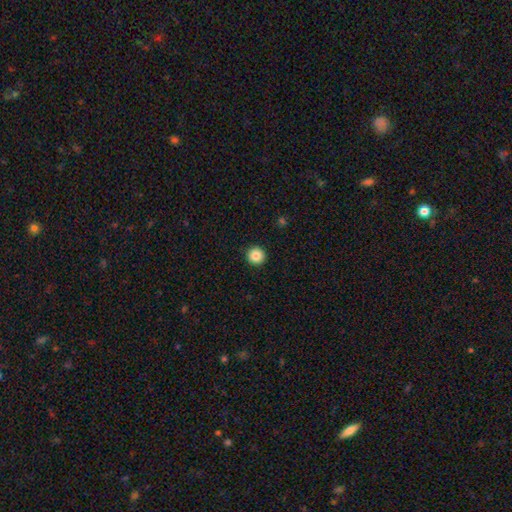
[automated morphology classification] Smooth or featured? Predicted: smooth (p=0.86). How rounded? Predicted: round (p=0.96). Merging? Predicted: none (p=0.94).